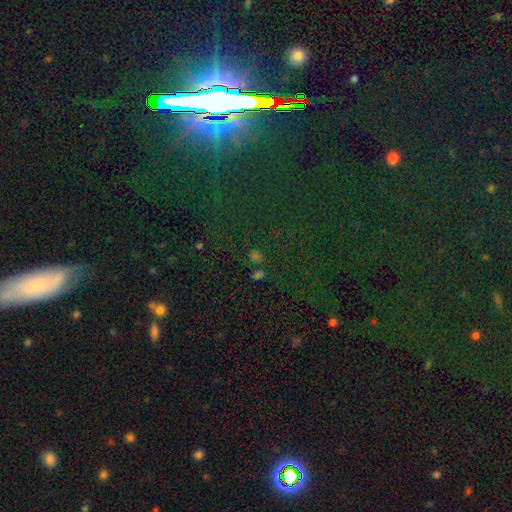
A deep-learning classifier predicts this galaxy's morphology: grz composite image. It shows a star or artifact, not a galaxy (53%).